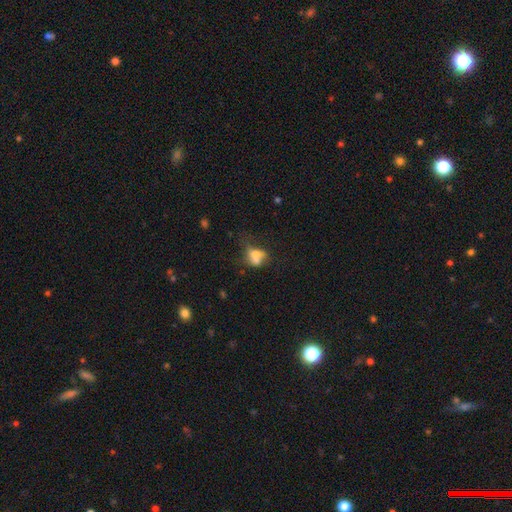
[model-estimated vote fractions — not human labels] Smooth or featured?
  - smooth: 59% *
  - featured or disk: 27%
  - star or artifact: 13%
How rounded?
  - in between: 66% *
  - round: 30%
  - cigar-shaped: 4%
Merging?
  - merger: 31% *
  - none: 25%
  - major disturbance: 25%
  - minor disturbance: 19%